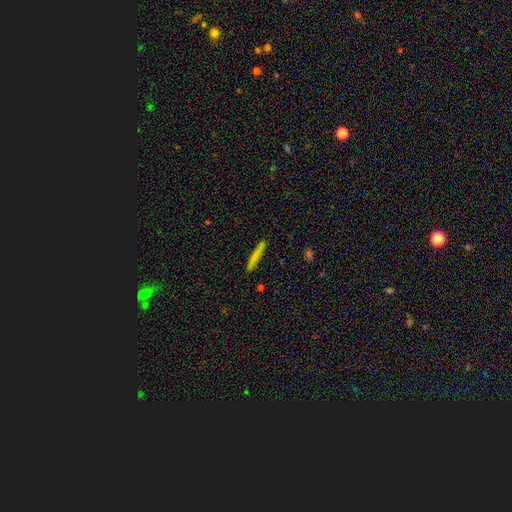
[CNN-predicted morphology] The model was most divided on "smooth or featured": smooth: 73%, featured or disk: 20%, star or artifact: 7%. More confident: how rounded — cigar-shaped (95%); merging — none (88%).